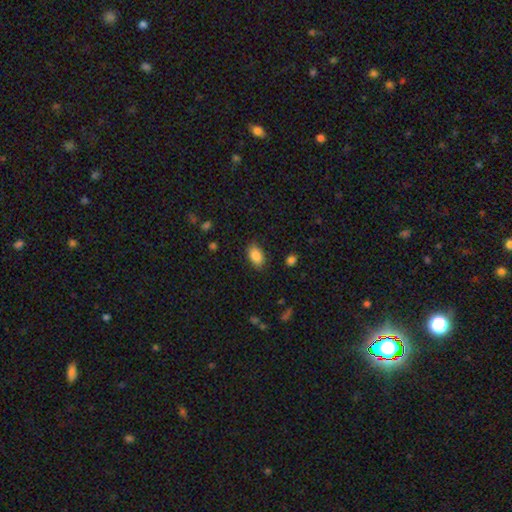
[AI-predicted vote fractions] A smooth galaxy with no disk features (87%) that is in between round and cigar-shaped (91%). Merging: none (84%).